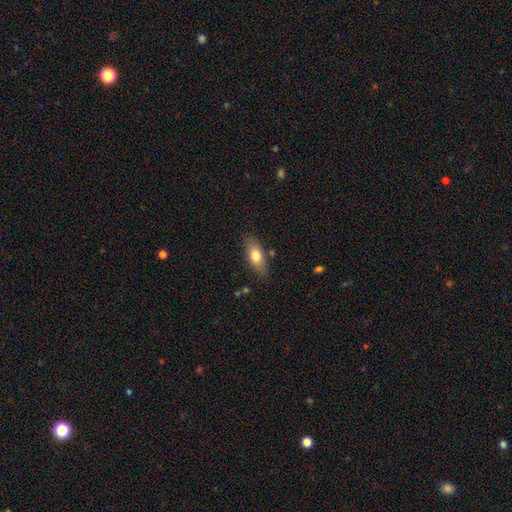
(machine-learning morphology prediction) A smooth galaxy with no disk features (73%) that is in between round and cigar-shaped (78%).

Vote fractions:
- Smooth or featured? smooth: 73% / featured or disk: 20% / star or artifact: 7%
- How rounded? in between: 78% / cigar-shaped: 18% / round: 4%
- Merging? none: 80% / minor disturbance: 14% / major disturbance: 3% / merger: 3%